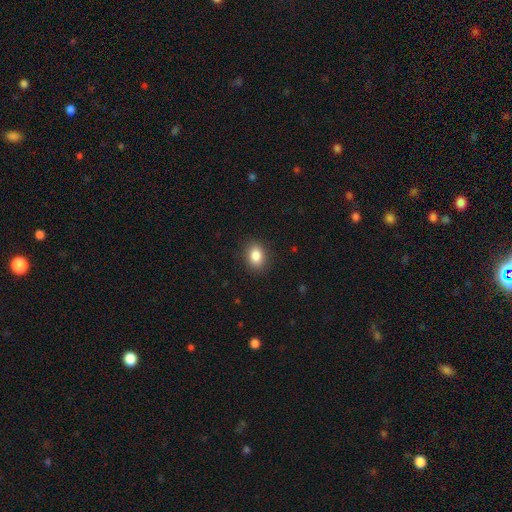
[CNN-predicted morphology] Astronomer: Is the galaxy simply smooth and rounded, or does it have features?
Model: smooth — 86%.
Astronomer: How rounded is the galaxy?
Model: in between — 70%.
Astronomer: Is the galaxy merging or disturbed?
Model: none — 88%.